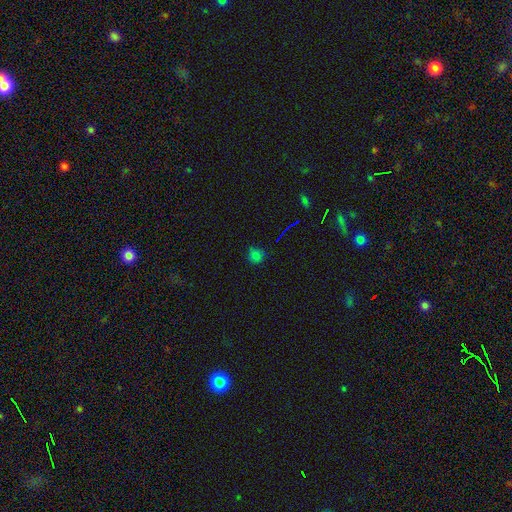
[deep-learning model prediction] Morphology: type=smooth (72%); roundness=round (85%); merging=none (80%).